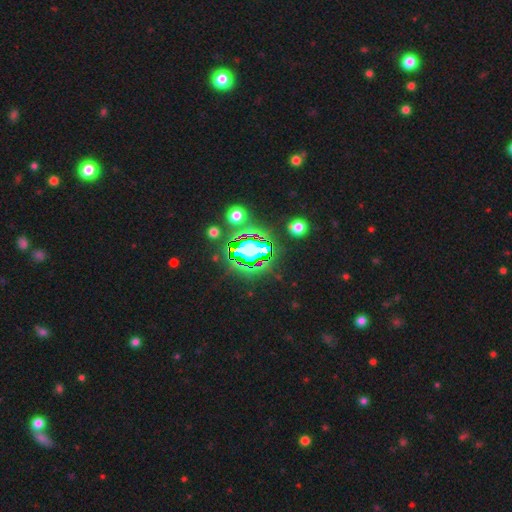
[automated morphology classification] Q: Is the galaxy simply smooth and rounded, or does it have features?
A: star or artifact — 81%.